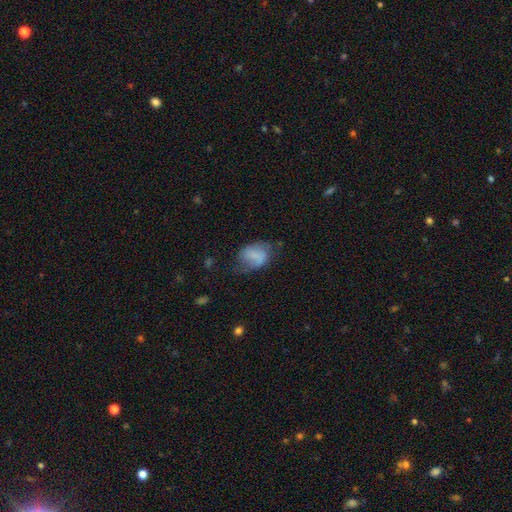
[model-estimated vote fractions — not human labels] Overall: smooth (67%). How rounded: in between (77%). Merging: none (44%; minor disturbance 33%).